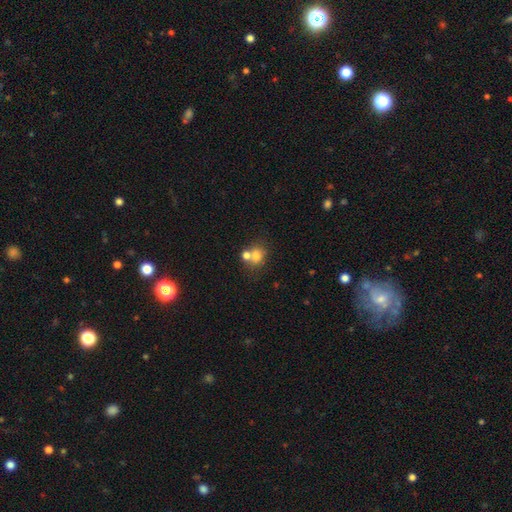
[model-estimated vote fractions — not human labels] Smooth or featured? Predicted: smooth (p=0.74). How rounded? Predicted: round (p=0.64). Merging? Predicted: none (p=0.45).